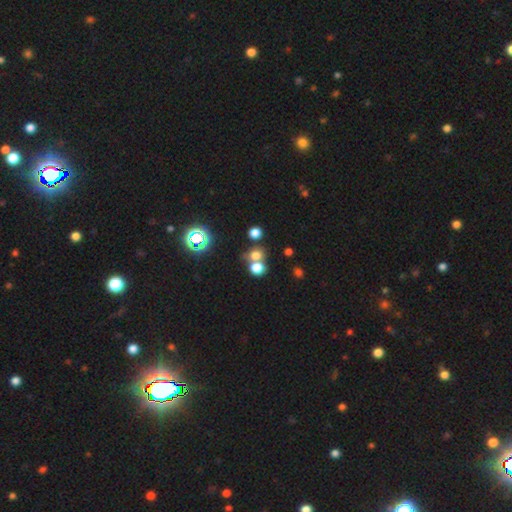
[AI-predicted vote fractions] This appears to be a smooth galaxy with no disk features (66%) that is round (74%). Merging: none (49%).